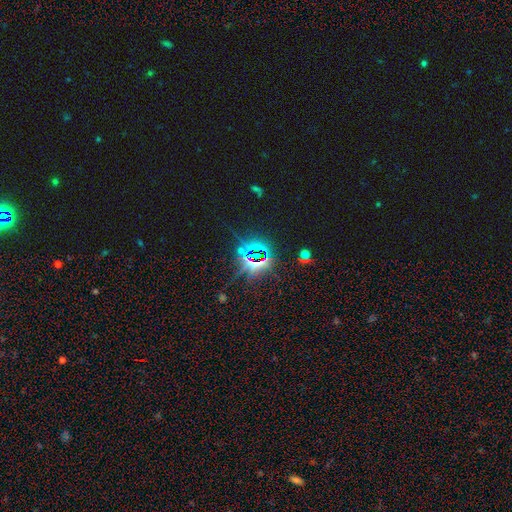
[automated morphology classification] Smooth or featured?
  - star or artifact: 82% *
  - smooth: 10%
  - featured or disk: 8%